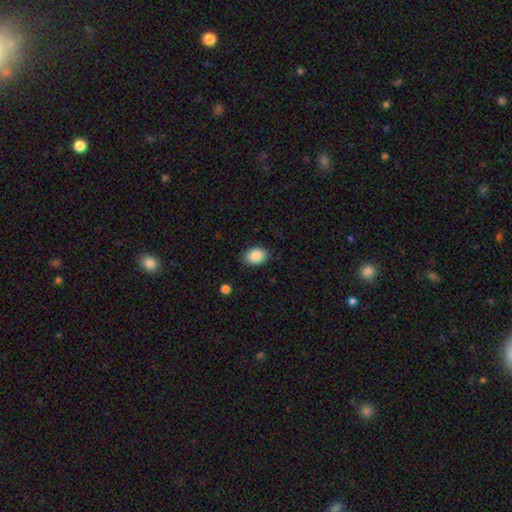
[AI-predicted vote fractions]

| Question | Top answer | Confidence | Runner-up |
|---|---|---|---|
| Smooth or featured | smooth | 88% | star or artifact (8%) |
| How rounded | in between | 75% | round (24%) |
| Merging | none | 85% | minor disturbance (12%) |